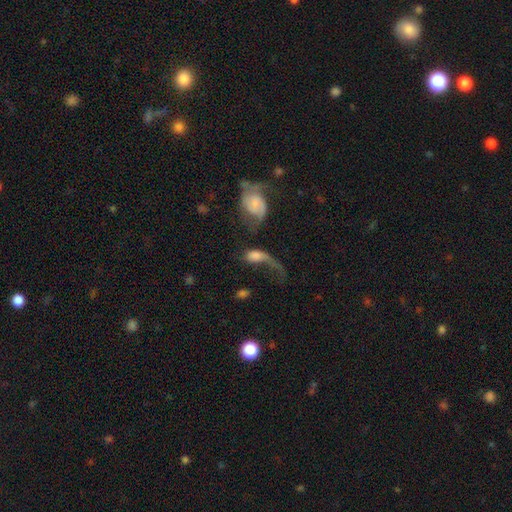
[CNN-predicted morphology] Q: Smooth or featured?
A: smooth (46%); runner-up: featured or disk (45%)
Q: Merging?
A: major disturbance (46%); runner-up: merger (28%)